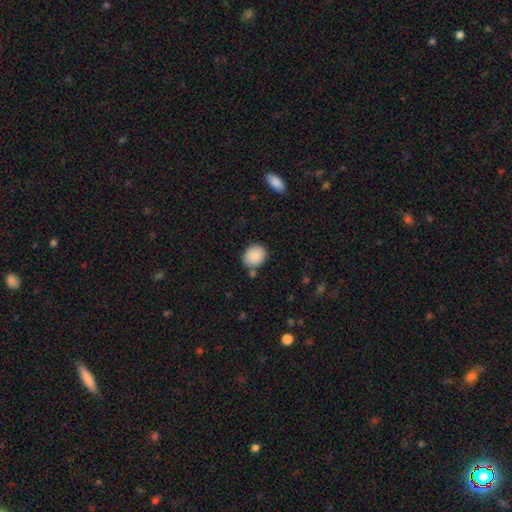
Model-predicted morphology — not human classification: The model was most divided on "how rounded": round: 65%, in between: 35%, cigar-shaped: 1%. More confident: smooth or featured — smooth (88%); merging — none (77%).